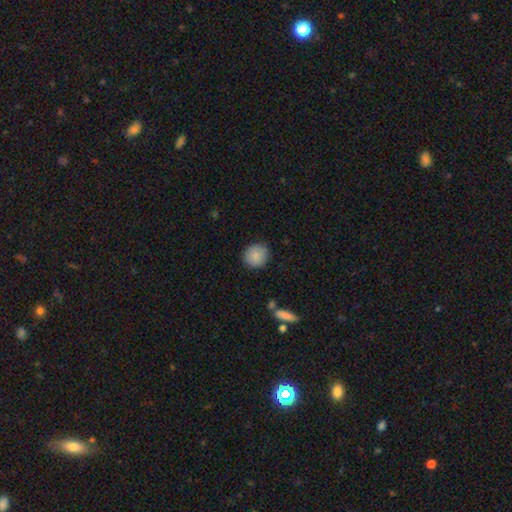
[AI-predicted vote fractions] Q: Smooth or featured?
A: smooth (87%); runner-up: star or artifact (8%)
Q: How rounded?
A: round (86%); runner-up: in between (12%)
Q: Merging?
A: none (86%); runner-up: minor disturbance (10%)